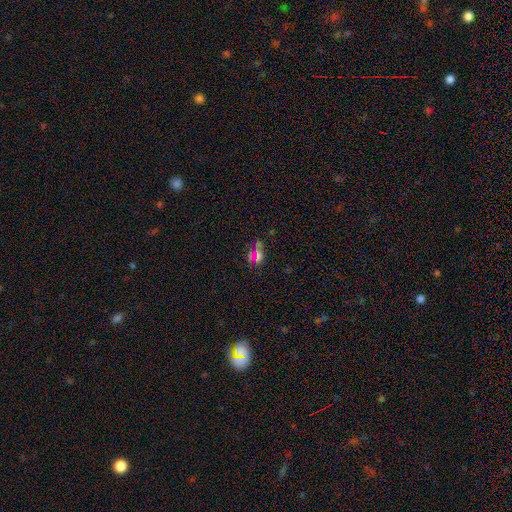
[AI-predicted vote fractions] Smooth or featured?
  - smooth: 46% *
  - star or artifact: 39%
  - featured or disk: 15%
Merging?
  - none: 60% *
  - minor disturbance: 16%
  - merger: 13%
  - major disturbance: 11%